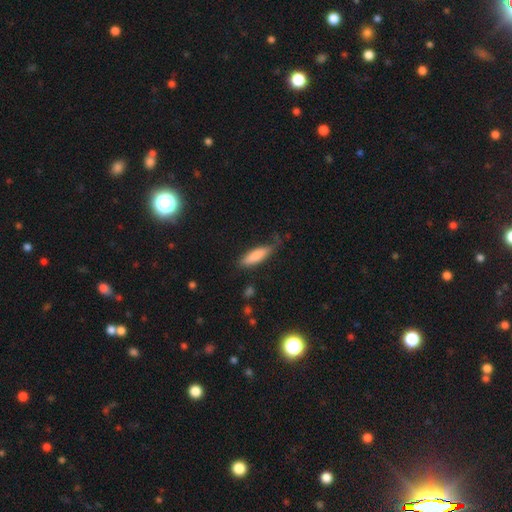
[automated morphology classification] Smooth or featured?
  - smooth: 83% *
  - featured or disk: 11%
  - star or artifact: 6%
How rounded?
  - cigar-shaped: 57% *
  - in between: 41%
  - round: 2%
Merging?
  - none: 67% *
  - minor disturbance: 25%
  - major disturbance: 6%
  - merger: 2%